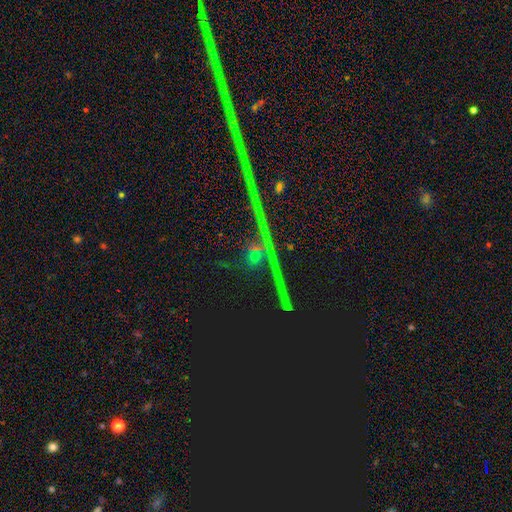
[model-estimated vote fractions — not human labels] Smooth or featured? Predicted: star or artifact (p=0.75).